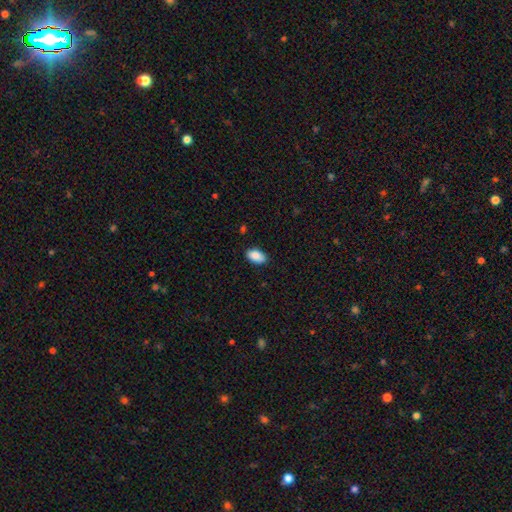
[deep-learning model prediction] smooth 88%, star or artifact 7%, featured or disk 5%. Down the decision tree: how rounded — in between (93%); merging — none (84%).